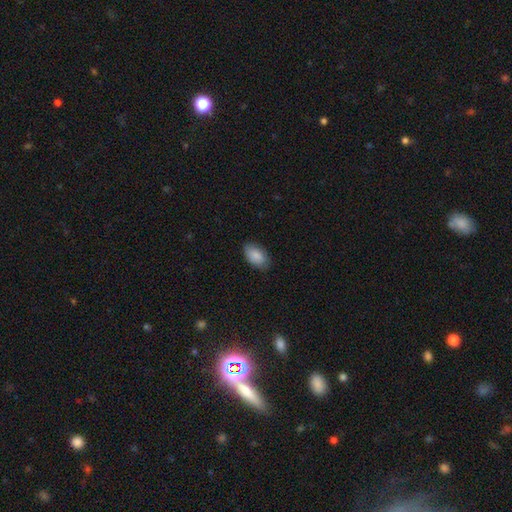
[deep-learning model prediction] Smooth or featured?
  - smooth: 88% *
  - star or artifact: 6%
  - featured or disk: 6%
How rounded?
  - in between: 94% *
  - round: 4%
  - cigar-shaped: 2%
Merging?
  - none: 82% *
  - minor disturbance: 15%
  - major disturbance: 3%
  - merger: 1%